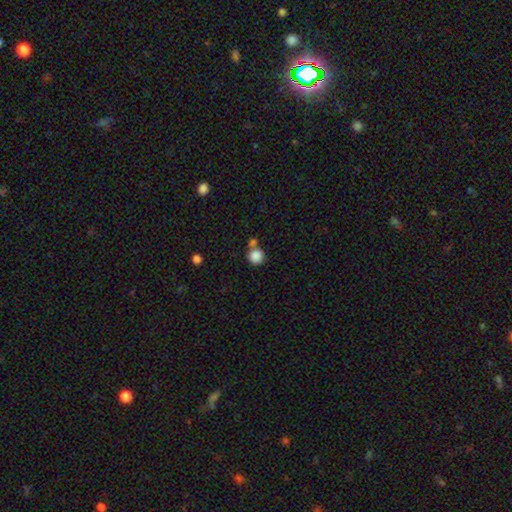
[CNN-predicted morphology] The model was most divided on "merging": none: 56%, merger: 30%, minor disturbance: 10%, major disturbance: 4%. More confident: how rounded — round (90%); smooth or featured — smooth (86%).